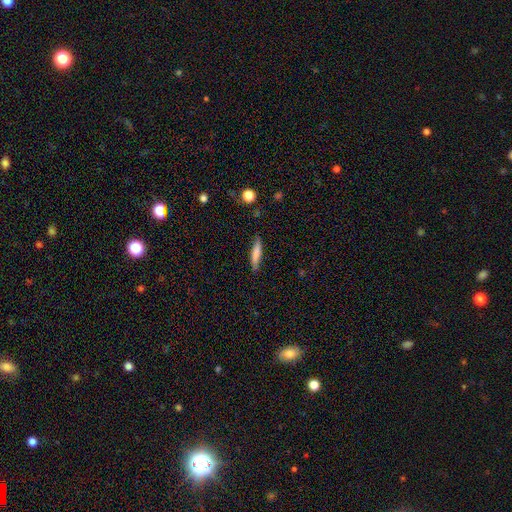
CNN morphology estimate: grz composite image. It shows a smooth galaxy with no disk features (76%) that is cigar-shaped (85%). Merging: none (82%).